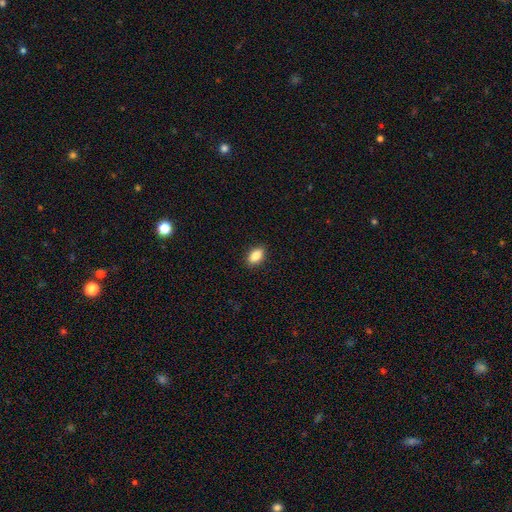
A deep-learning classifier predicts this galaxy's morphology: Q: Smooth or featured?
A: smooth (87%); runner-up: star or artifact (8%)
Q: How rounded?
A: in between (89%); runner-up: round (7%)
Q: Merging?
A: none (89%); runner-up: minor disturbance (8%)